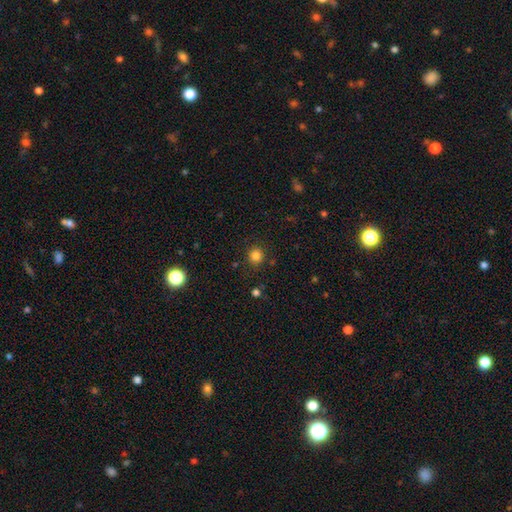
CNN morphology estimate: smooth 82%, star or artifact 14%, featured or disk 4%. Down the decision tree: how rounded — round (90%); merging — none (87%).